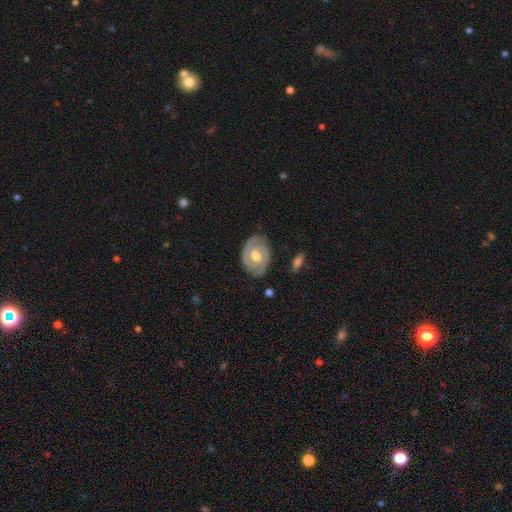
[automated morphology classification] A featured or disk galaxy (77%) with no bar (62%), 2 (75%) tight (62%) spiral arms (81%) and a moderate central bulge (75%). Merging: none (77%).